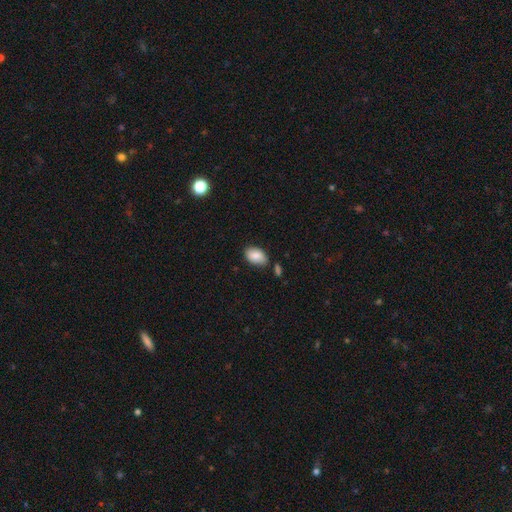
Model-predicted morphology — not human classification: This appears to be a smooth galaxy with no disk features (85%) that is in between round and cigar-shaped (90%). Merging: none (73%).